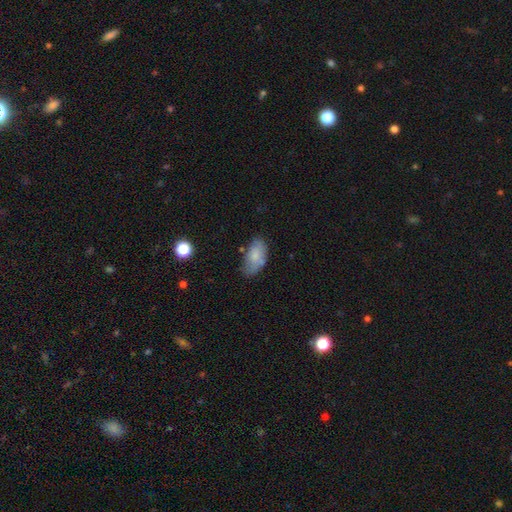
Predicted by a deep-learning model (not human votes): The model was most divided on "merging": none: 58%, minor disturbance: 29%, major disturbance: 8%, merger: 5%. More confident: how rounded — in between (94%); smooth or featured — smooth (73%).